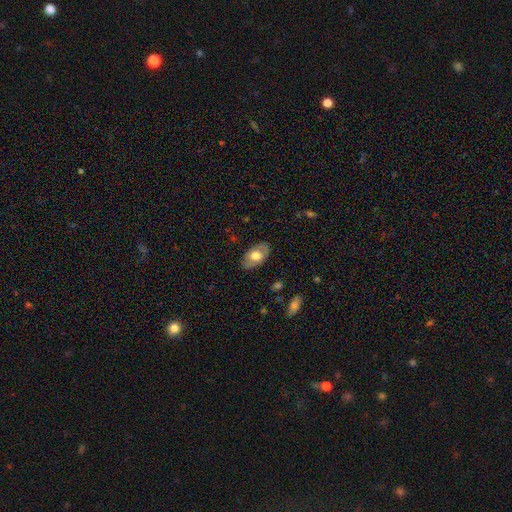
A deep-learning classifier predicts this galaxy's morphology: Smooth or featured? smooth (59%)
How rounded? in between (92%)
Merging? none (83%)